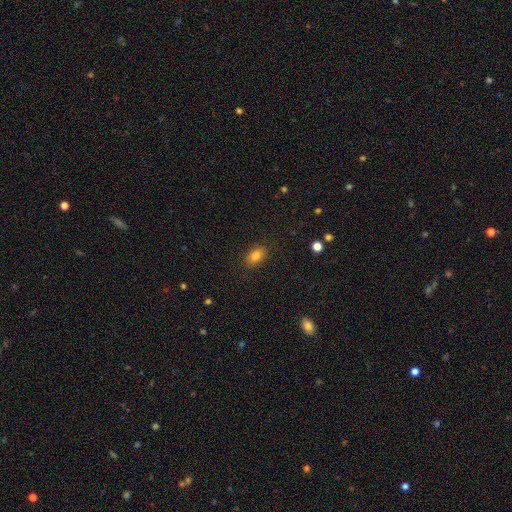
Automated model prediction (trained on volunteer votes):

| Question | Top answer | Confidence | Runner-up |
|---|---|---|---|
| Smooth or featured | smooth | 83% | star or artifact (10%) |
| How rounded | in between | 81% | round (17%) |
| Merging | none | 87% | minor disturbance (10%) |